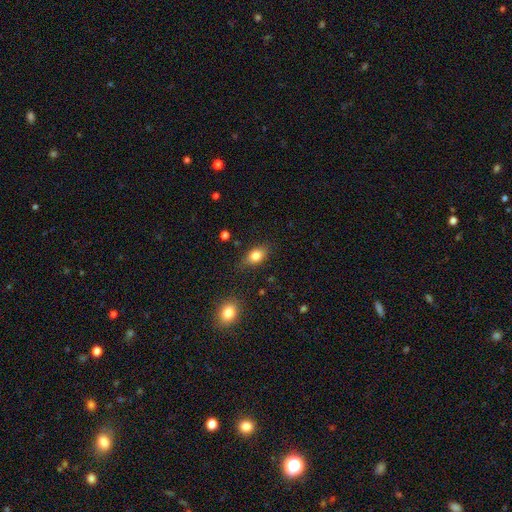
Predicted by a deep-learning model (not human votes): The model was most divided on "how rounded": in between: 79%, round: 17%, cigar-shaped: 4%. More confident: smooth or featured — smooth (81%); merging — none (78%).